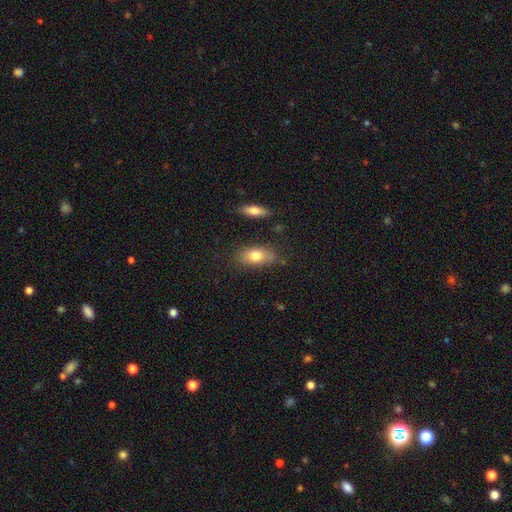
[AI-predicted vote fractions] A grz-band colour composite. It shows a smooth galaxy with no disk features (77%) that is in between round and cigar-shaped (85%). Merging: none (74%).